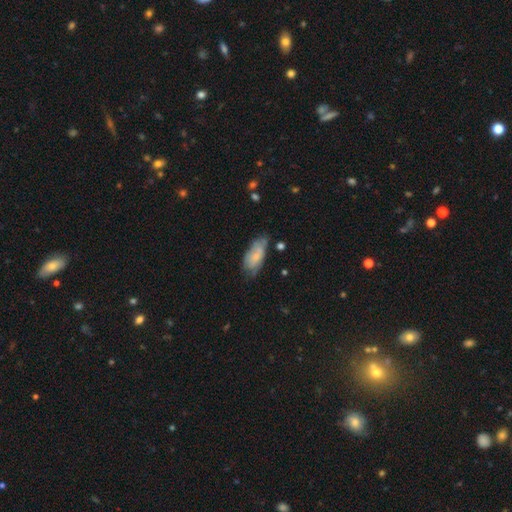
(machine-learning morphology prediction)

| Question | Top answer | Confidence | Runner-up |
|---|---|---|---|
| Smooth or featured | smooth | 69% | featured or disk (24%) |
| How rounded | in between | 87% | cigar-shaped (10%) |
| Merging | none | 51% | minor disturbance (34%) |